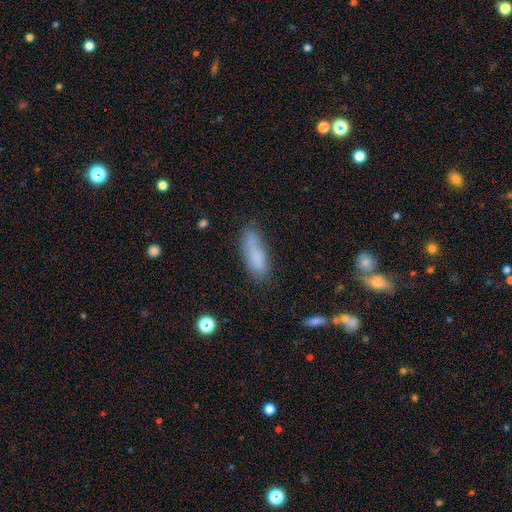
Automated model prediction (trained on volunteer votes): A smooth galaxy with no disk features (81%) that is in between round and cigar-shaped (55%).

Vote fractions:
- Smooth or featured? smooth: 81% / featured or disk: 10% / star or artifact: 9%
- How rounded? in between: 55% / cigar-shaped: 43% / round: 2%
- Merging? none: 68% / minor disturbance: 22% / major disturbance: 6% / merger: 3%